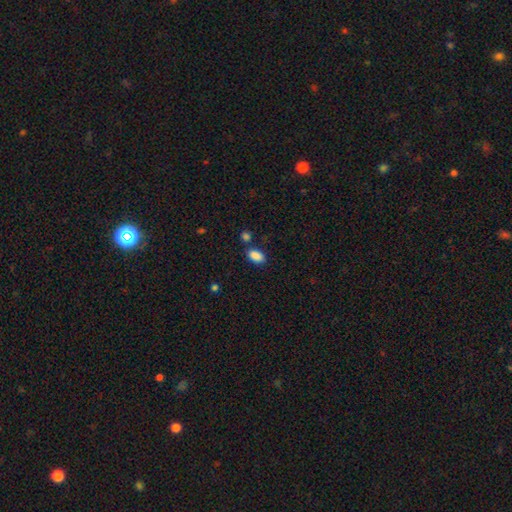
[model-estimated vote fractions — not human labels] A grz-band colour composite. It shows a smooth galaxy with no disk features (88%) that is in between round and cigar-shaped (91%). Merging: none (74%).